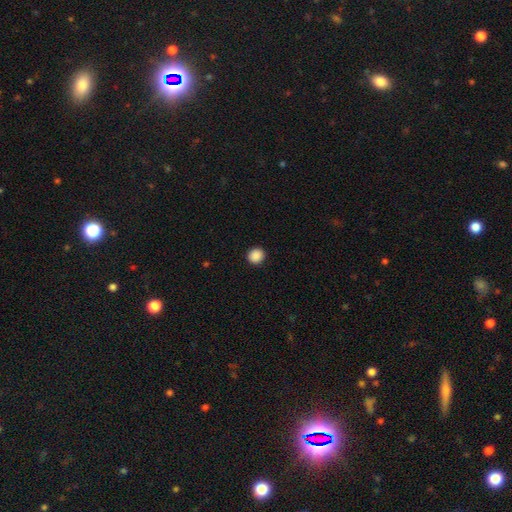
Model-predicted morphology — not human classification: This appears to be a smooth galaxy with no disk features (89%) that is round (89%). Merging: none (93%).